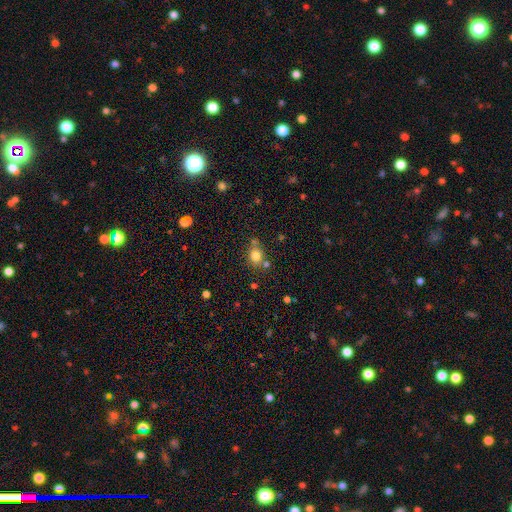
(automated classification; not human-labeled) This is likely a smooth galaxy (79%). How rounded: likely round (64%). Merging: likely none (66%).